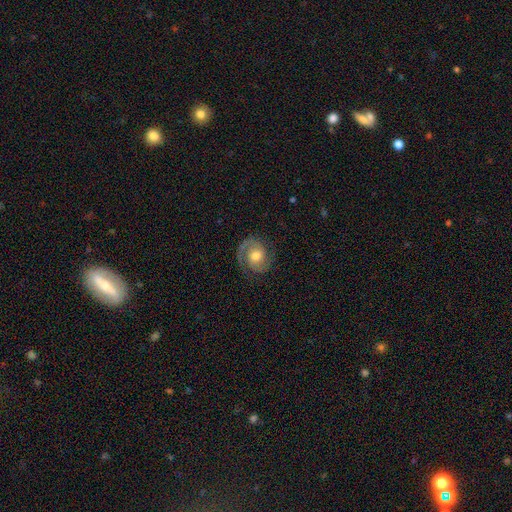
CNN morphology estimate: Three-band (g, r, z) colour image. It shows a featured or disk galaxy (82%) with no bar (65%), 2 (74%) medium (44%, tied with tight) spiral arms (96%) and a moderate central bulge (66%). Merging: none (76%).